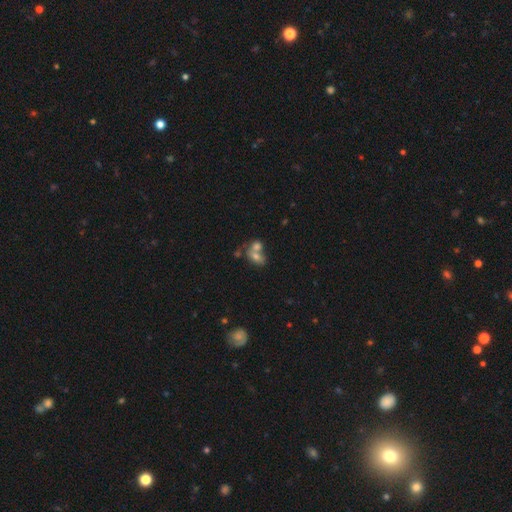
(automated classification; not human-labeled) Overall: smooth (65%). How rounded: in between (72%). Merging: merger (62%; none 25%).